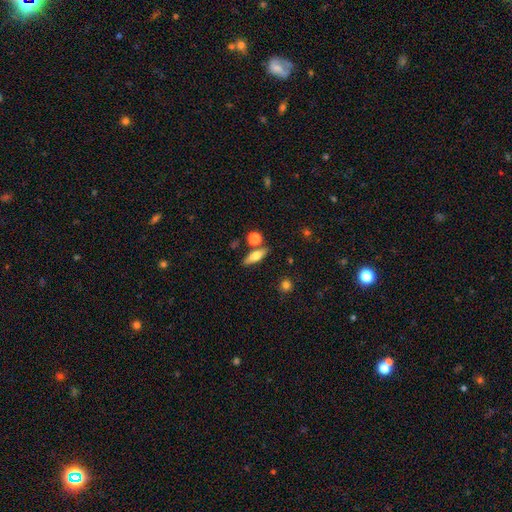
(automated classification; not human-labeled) Smooth or featured? smooth (61%)
How rounded? in between (54%)
Merging? none (77%)